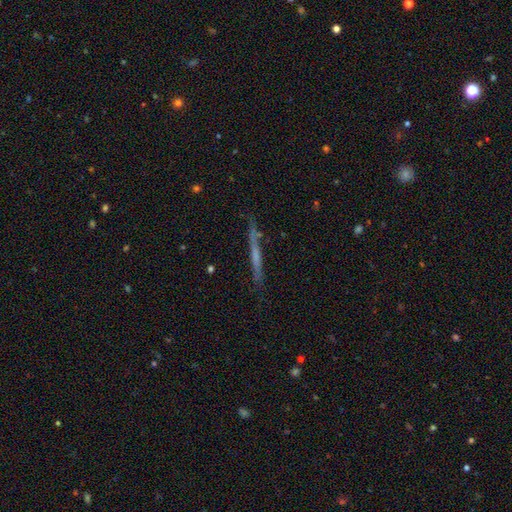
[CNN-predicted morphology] Q: Smooth or featured?
A: featured or disk (53%); runner-up: smooth (40%)
Q: Edge-on disk?
A: yes (94%); runner-up: no (6%)
Q: Merging?
A: none (79%); runner-up: minor disturbance (15%)